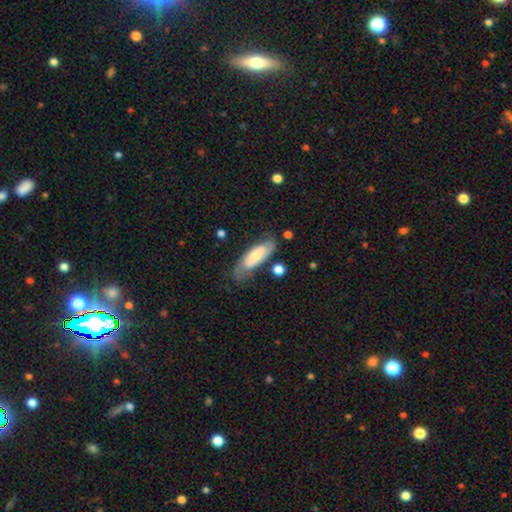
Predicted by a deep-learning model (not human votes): Smooth or featured? featured or disk (47%, tied with smooth)
Merging? none (57%)